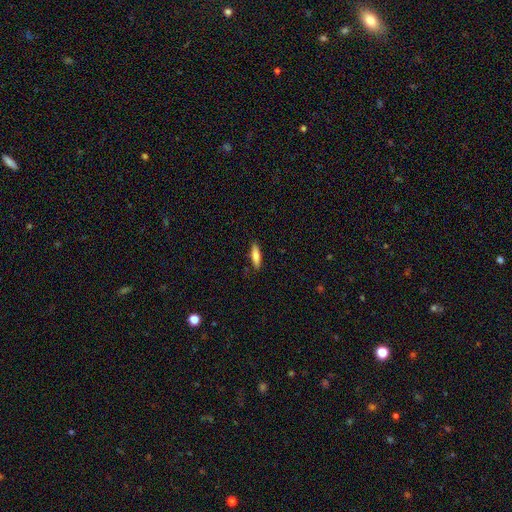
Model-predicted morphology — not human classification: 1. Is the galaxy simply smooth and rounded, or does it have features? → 78% smooth, 16% featured or disk, 6% star or artifact.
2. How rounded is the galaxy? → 65% cigar-shaped, 33% in between, 2% round.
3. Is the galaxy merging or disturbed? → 85% none, 11% minor disturbance, 2% major disturbance, 1% merger.